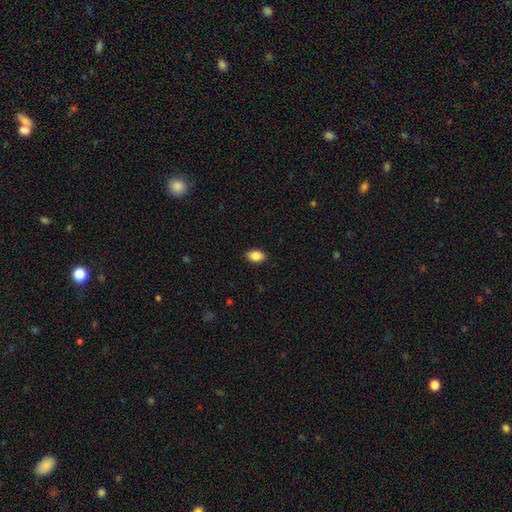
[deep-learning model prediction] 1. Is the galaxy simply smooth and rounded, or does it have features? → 86% smooth, 8% star or artifact, 6% featured or disk.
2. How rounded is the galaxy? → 89% in between, 9% round, 2% cigar-shaped.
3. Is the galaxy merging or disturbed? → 89% none, 8% minor disturbance, 2% major disturbance, 1% merger.